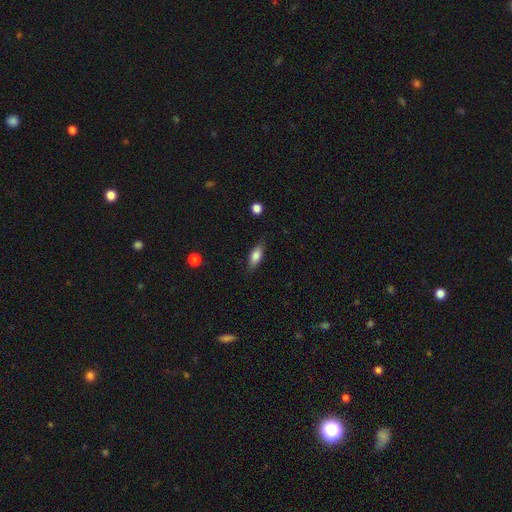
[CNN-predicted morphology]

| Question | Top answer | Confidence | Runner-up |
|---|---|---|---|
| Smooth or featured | smooth | 77% | featured or disk (16%) |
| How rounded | in between | 77% | cigar-shaped (20%) |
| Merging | none | 81% | minor disturbance (14%) |